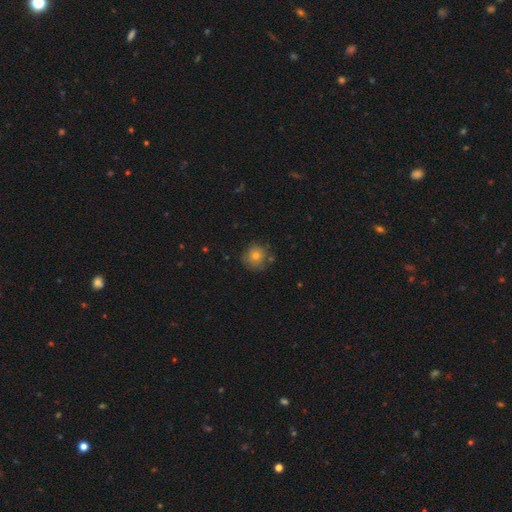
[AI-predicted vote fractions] The model was most divided on "smooth or featured": smooth: 72%, featured or disk: 17%, star or artifact: 11%. More confident: how rounded — round (92%); merging — none (75%).